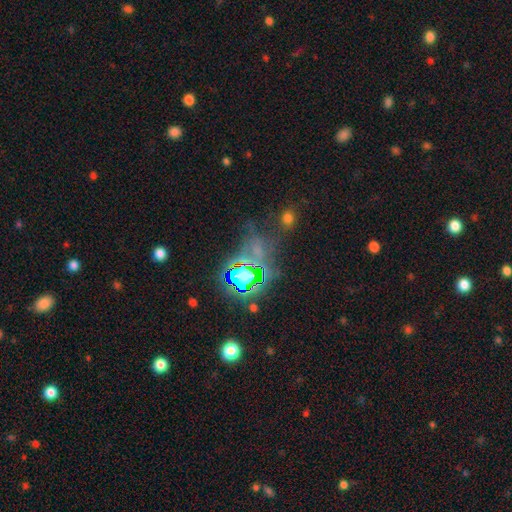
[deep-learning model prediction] A star or artifact, not a galaxy (78%).